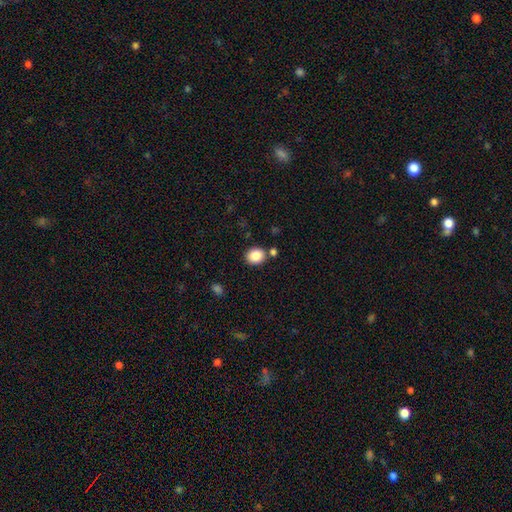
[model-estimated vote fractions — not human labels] Smooth or featured: smooth — 87% (star or artifact — 9%)
How rounded: round — 69% (in between — 30%)
Merging: none — 81% (minor disturbance — 9%)